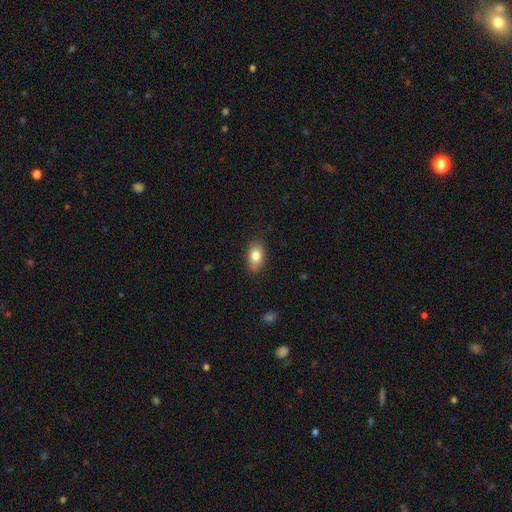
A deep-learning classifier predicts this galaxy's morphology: type=smooth (81%); roundness=in between (89%); merging=none (83%).